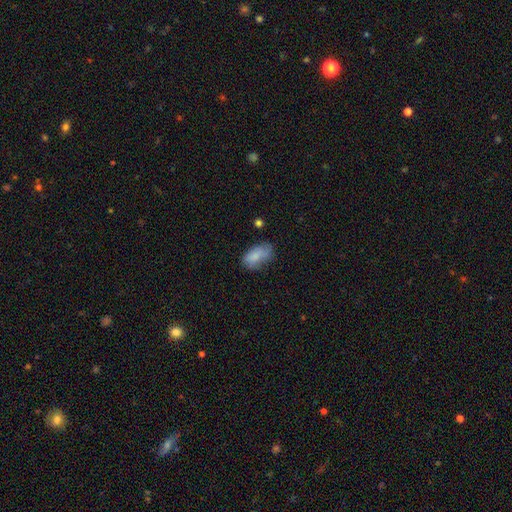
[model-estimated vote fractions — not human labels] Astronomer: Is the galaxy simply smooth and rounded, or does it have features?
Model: smooth — 81%.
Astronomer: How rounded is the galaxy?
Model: in between — 92%.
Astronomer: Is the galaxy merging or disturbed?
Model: none — 48% (runner-up: minor disturbance, 34%).